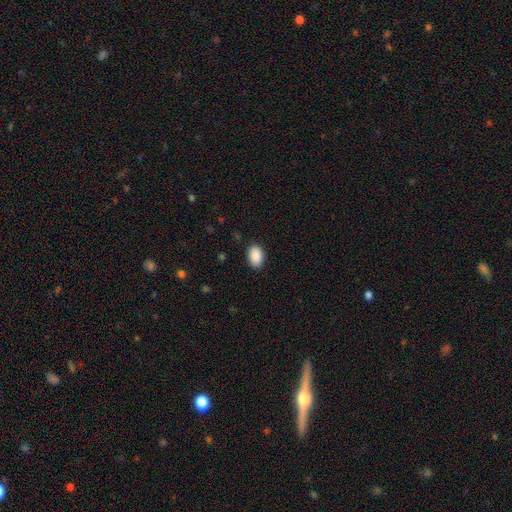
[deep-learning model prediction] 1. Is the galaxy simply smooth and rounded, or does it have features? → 90% smooth, 7% star or artifact, 3% featured or disk.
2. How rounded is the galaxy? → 87% in between, 12% round, 1% cigar-shaped.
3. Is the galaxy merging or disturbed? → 87% none, 9% minor disturbance, 2% major disturbance, 1% merger.